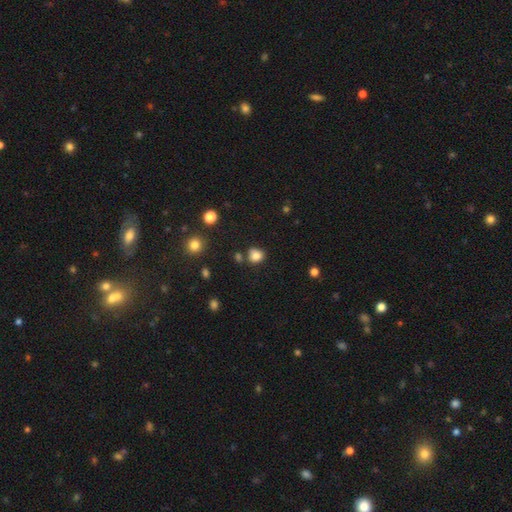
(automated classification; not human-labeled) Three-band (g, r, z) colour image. It shows a smooth galaxy with no disk features (83%) that is round (71%). Merging: none (73%).